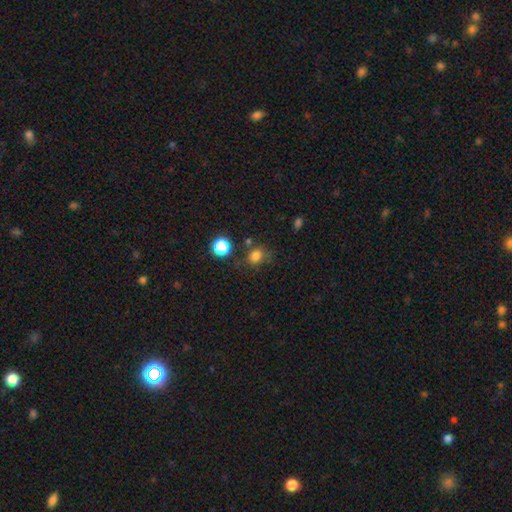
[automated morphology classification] type=smooth (79%); roundness=round (70%); merging=none (66%).